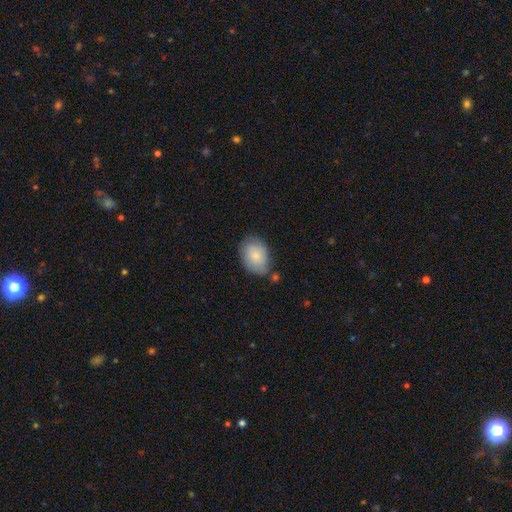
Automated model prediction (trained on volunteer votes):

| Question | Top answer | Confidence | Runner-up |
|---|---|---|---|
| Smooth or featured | smooth | 82% | featured or disk (12%) |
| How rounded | in between | 81% | round (18%) |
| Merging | none | 69% | minor disturbance (21%) |